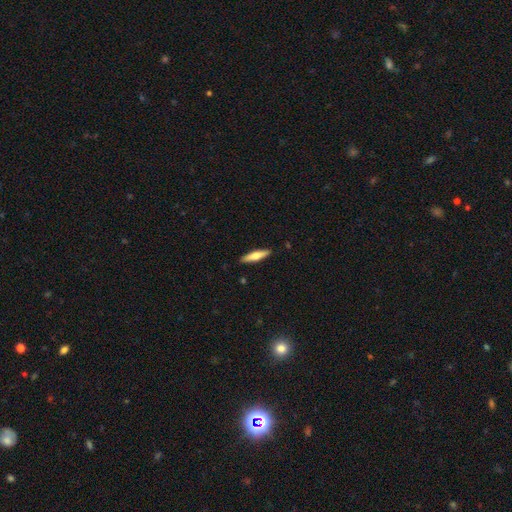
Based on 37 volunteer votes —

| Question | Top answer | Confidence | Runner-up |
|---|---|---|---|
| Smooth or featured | smooth | 62% | featured or disk (35%) |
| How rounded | cigar-shaped | 83% | in between (17%) |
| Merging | none | 97% | major disturbance (3%) |